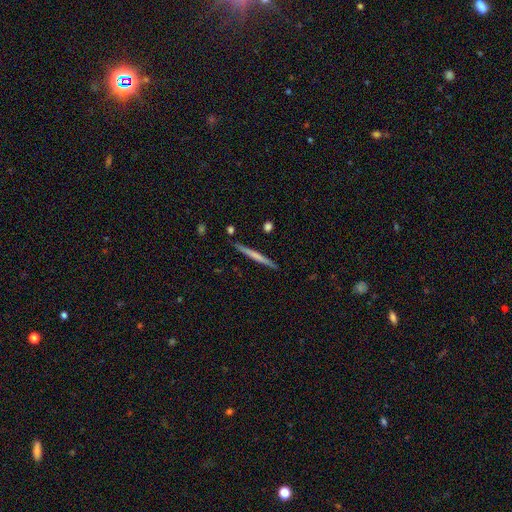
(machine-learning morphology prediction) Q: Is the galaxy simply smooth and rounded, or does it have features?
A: smooth — 50%.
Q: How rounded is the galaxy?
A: cigar-shaped — 97%.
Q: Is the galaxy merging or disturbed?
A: none — 90%.